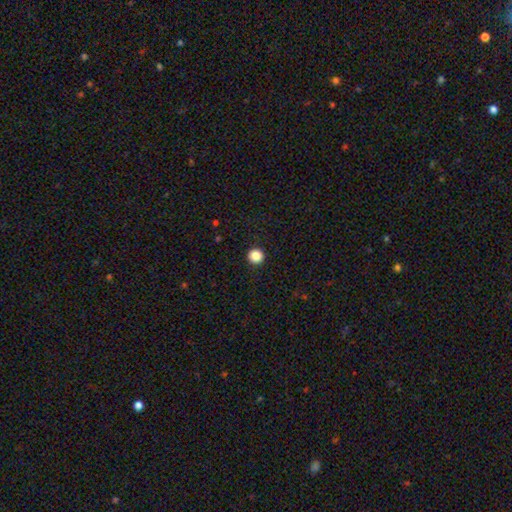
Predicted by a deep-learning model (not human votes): Smooth or featured? Predicted: smooth (p=0.87). How rounded? Predicted: round (p=0.95). Merging? Predicted: none (p=0.94).